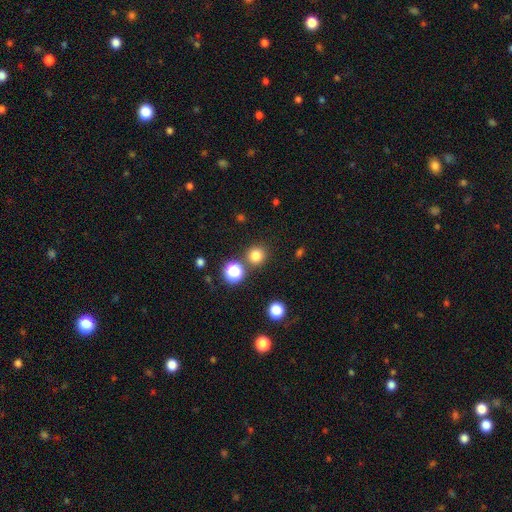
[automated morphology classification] Smooth or featured?
  - smooth: 78% *
  - star or artifact: 17%
  - featured or disk: 5%
How rounded?
  - round: 93% *
  - in between: 6%
  - cigar-shaped: 1%
Merging?
  - none: 84% *
  - merger: 7%
  - minor disturbance: 7%
  - major disturbance: 3%